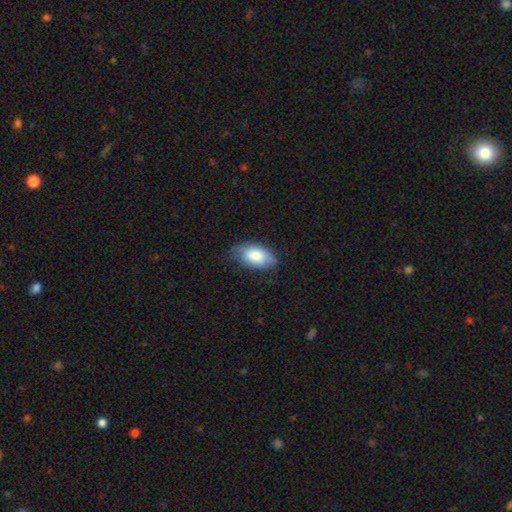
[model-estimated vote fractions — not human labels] Overall: smooth (82%). How rounded: in between (93%). Merging: none (71%).